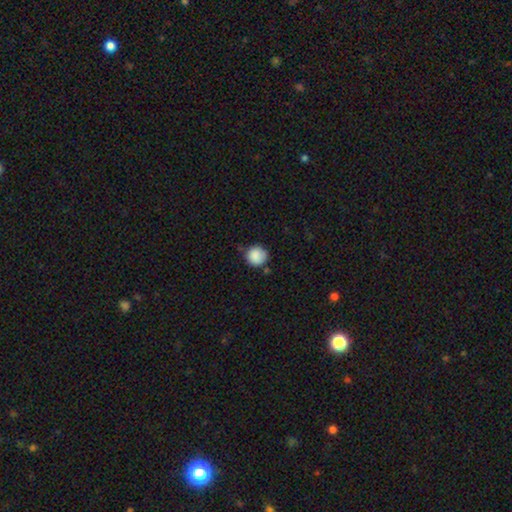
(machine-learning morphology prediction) A smooth galaxy with no disk features (88%) that is round (93%). Merging: none (73%).